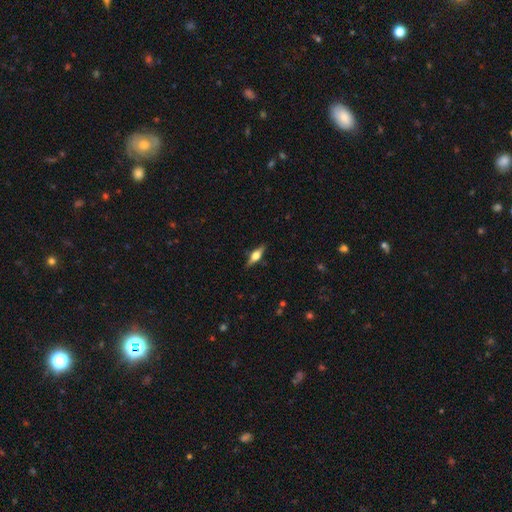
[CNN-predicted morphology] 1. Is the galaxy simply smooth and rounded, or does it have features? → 60% featured or disk, 33% smooth, 7% star or artifact.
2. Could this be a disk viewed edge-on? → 95% yes, 5% no.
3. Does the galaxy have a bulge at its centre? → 90% rounded, 8% boxy, 2% none.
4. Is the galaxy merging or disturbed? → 87% none, 10% minor disturbance, 2% major disturbance, 1% merger.